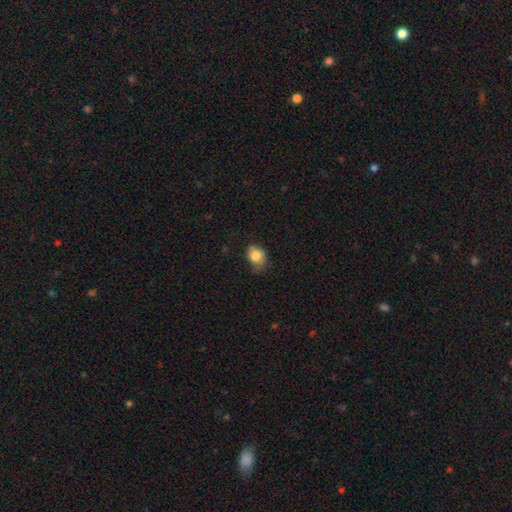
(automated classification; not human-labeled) Smooth or featured? smooth (81%)
How rounded? in between (57%)
Merging? none (48%)